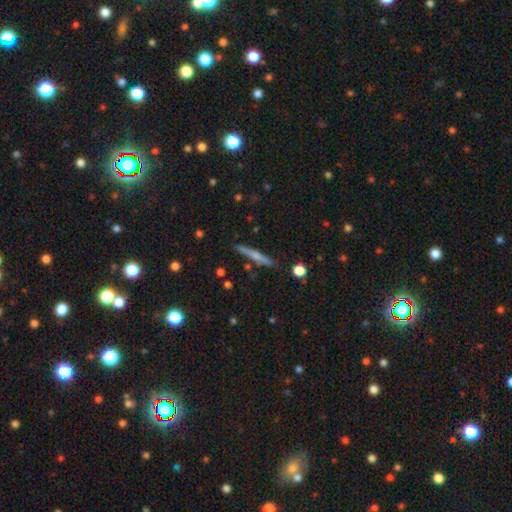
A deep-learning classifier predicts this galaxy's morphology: smooth 49%, featured or disk 44%, star or artifact 7%. Down the decision tree: merging — none (86%).